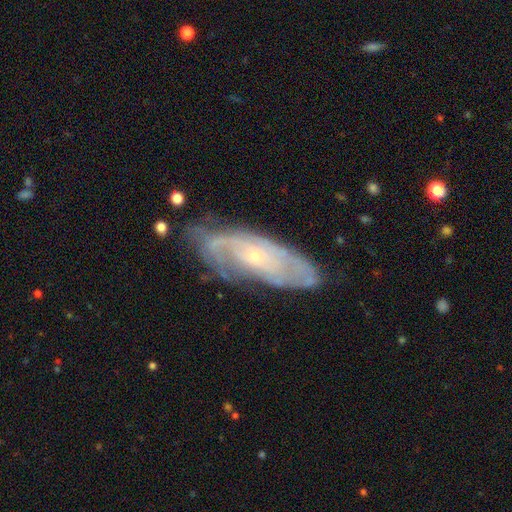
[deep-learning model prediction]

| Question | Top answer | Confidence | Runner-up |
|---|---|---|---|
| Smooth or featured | featured or disk | 77% | smooth (17%) |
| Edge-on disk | no | 86% | yes (14%) |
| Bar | no | 75% | weak (20%) |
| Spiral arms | yes | 85% | no (15%) |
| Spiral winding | tight | 59% | medium (31%) |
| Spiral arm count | can't tell | 50% | 2 (27%) |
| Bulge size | small | 77% | moderate (19%) |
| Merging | none | 66% | minor disturbance (23%) |